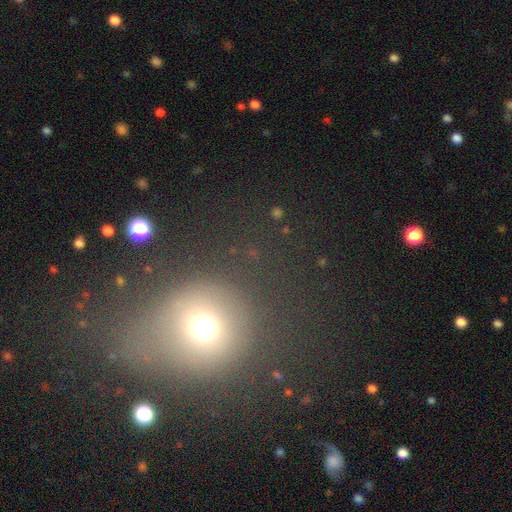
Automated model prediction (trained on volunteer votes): The model was most divided on "merging": none: 53%, major disturbance: 22%, minor disturbance: 19%, merger: 7%. More confident: how rounded — round (82%); smooth or featured — smooth (61%).